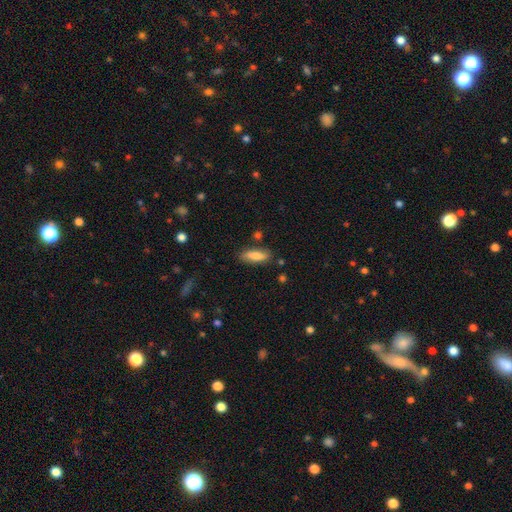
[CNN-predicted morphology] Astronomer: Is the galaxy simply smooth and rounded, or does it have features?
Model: smooth — 79%.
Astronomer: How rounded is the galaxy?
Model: in between — 53% (runner-up: cigar-shaped, 45%).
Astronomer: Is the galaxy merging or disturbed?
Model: none — 81%.